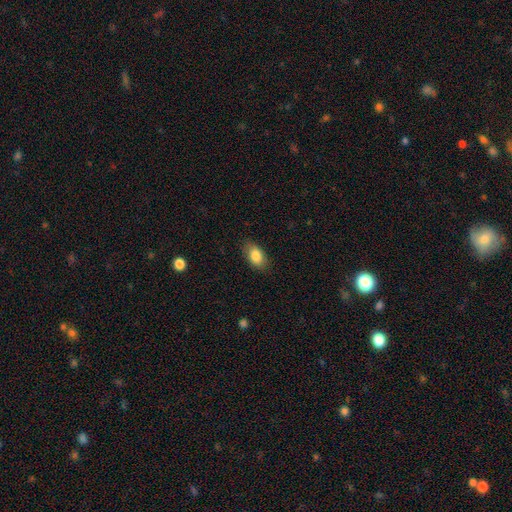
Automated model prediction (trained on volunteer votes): Overall: smooth (85%). How rounded: in between (91%). Merging: none (84%).